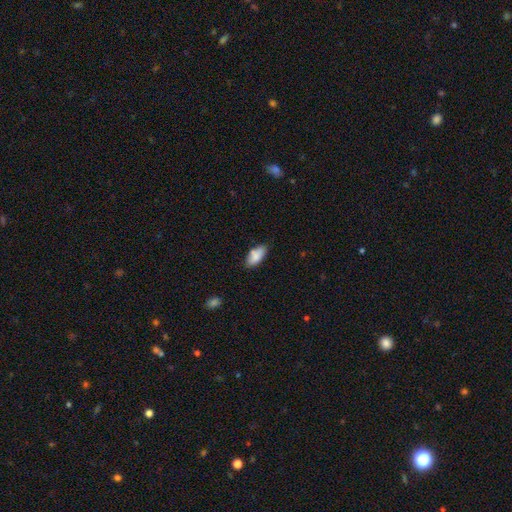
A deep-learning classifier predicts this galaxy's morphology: A smooth galaxy with no disk features (84%) that is in between round and cigar-shaped (88%). Merging: none (73%).